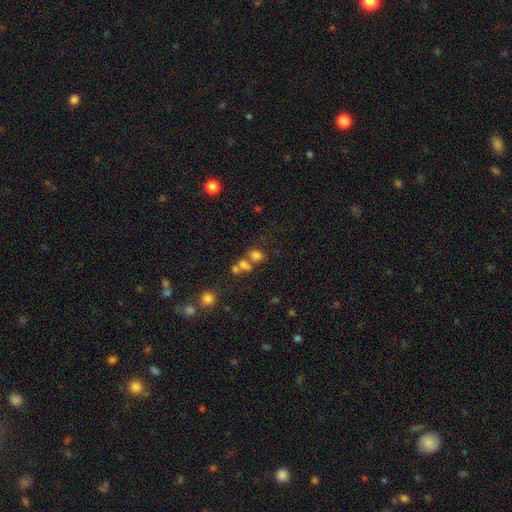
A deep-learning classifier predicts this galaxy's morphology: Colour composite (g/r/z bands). It shows a smooth galaxy with no disk features (71%) that is in between round and cigar-shaped (53%). Merging: none (42%).